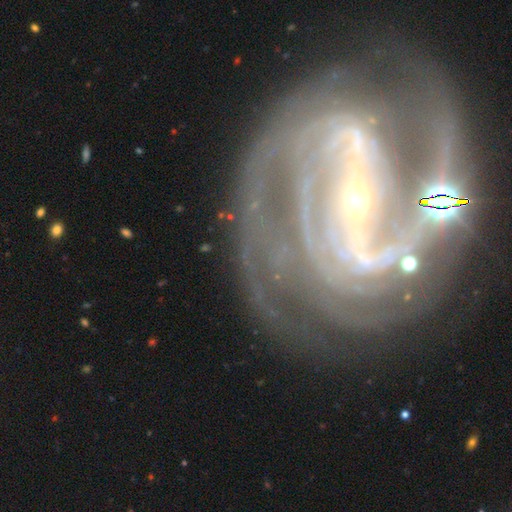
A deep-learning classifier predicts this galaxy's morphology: Smooth or featured? featured or disk (89%)
Edge-on disk? no (96%)
Bar? strong (65%)
Spiral arms? yes (96%)
Spiral winding? tight (54%)
Spiral arm count? 2 (31%)
Bulge size? small (83%)
Merging? none (61%)